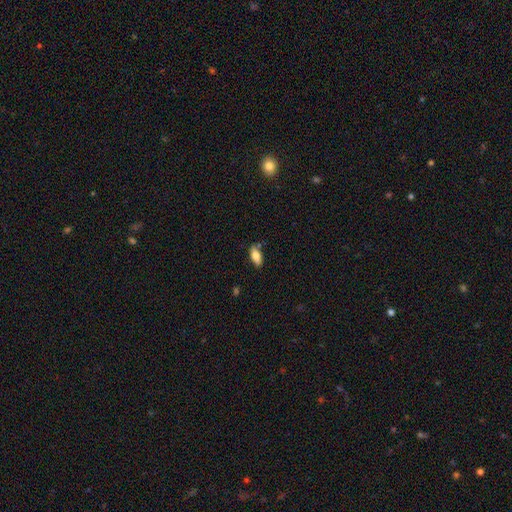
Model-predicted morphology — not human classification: Smooth or featured? smooth (75%)
How rounded? in between (81%)
Merging? none (77%)